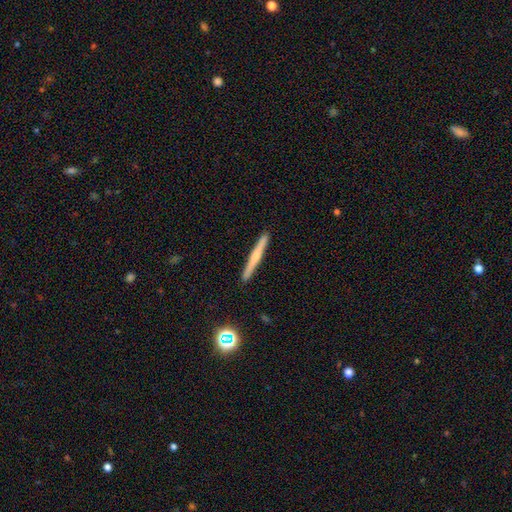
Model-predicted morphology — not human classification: A featured or disk galaxy (48%). Merging: none (91%).